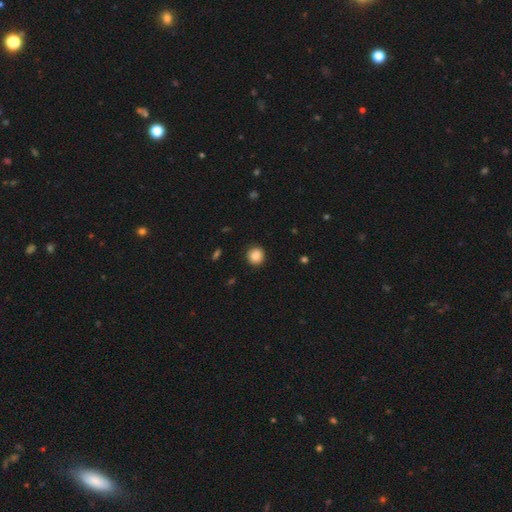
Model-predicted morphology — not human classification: Smooth or featured? Predicted: smooth (p=0.88). How rounded? Predicted: round (p=0.91). Merging? Predicted: none (p=0.91).